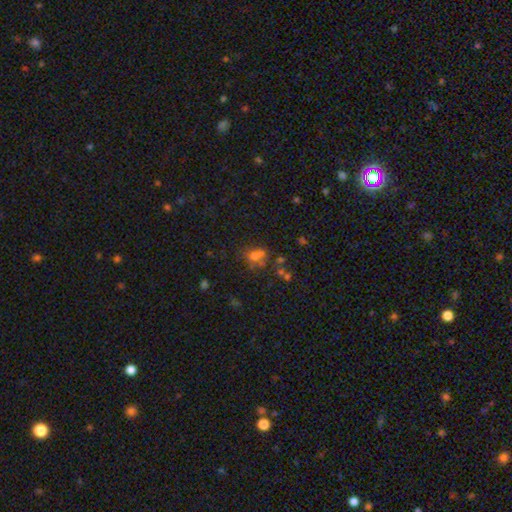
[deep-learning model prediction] Overall: smooth (54%; star or artifact 25%). How rounded: round (63%; in between 35%). Merging: none (42%; merger 36%).